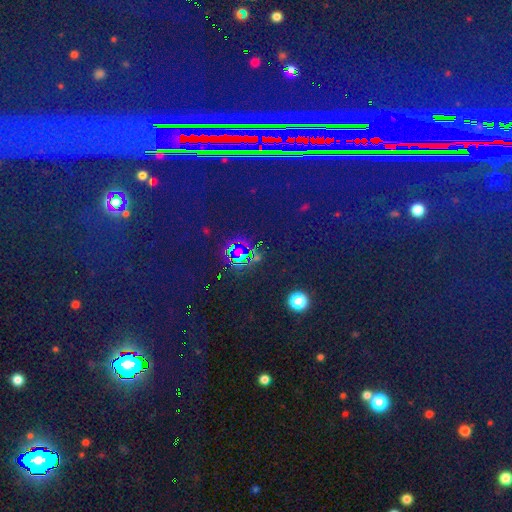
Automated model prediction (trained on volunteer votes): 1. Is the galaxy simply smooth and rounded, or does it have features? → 81% star or artifact, 12% smooth, 8% featured or disk.